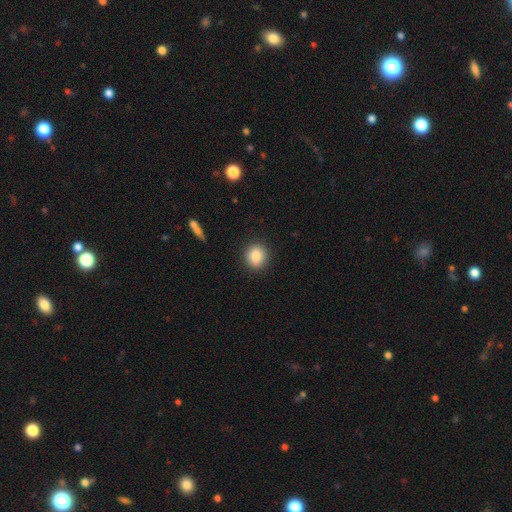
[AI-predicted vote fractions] Smooth or featured? smooth (85%)
How rounded? round (77%)
Merging? none (90%)